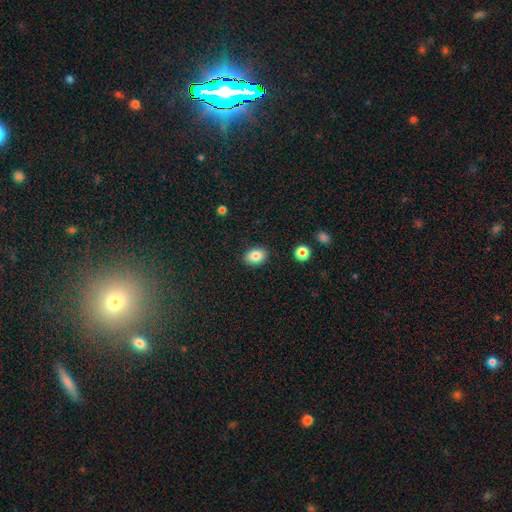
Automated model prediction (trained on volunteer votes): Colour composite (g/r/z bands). It shows a smooth galaxy with no disk features (85%) that is in between round and cigar-shaped (73%). Merging: none (88%).